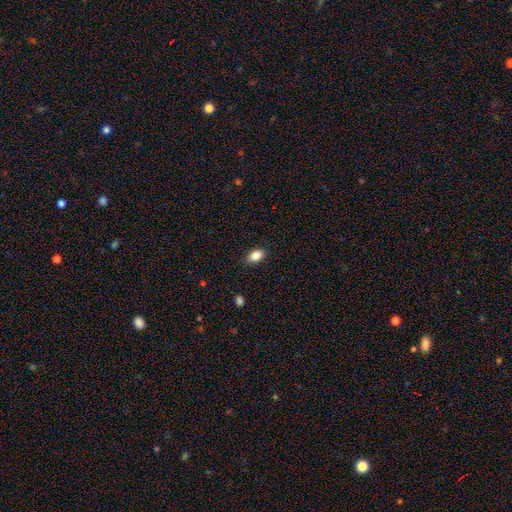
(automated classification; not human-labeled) Overall: smooth (87%). How rounded: in between (91%). Merging: none (88%).